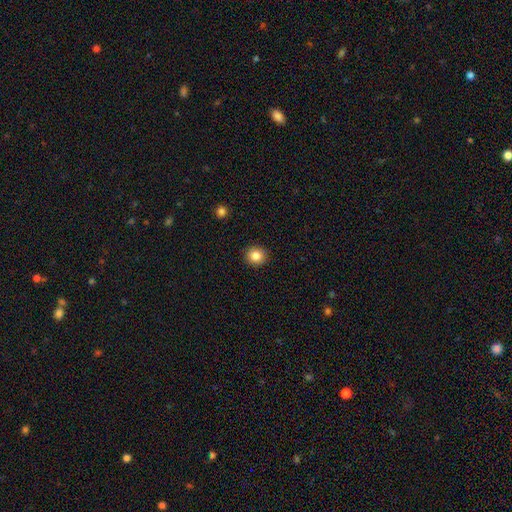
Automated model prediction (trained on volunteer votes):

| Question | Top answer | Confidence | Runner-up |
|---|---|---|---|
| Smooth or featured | smooth | 84% | star or artifact (10%) |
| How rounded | round | 89% | in between (10%) |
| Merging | none | 92% | minor disturbance (5%) |